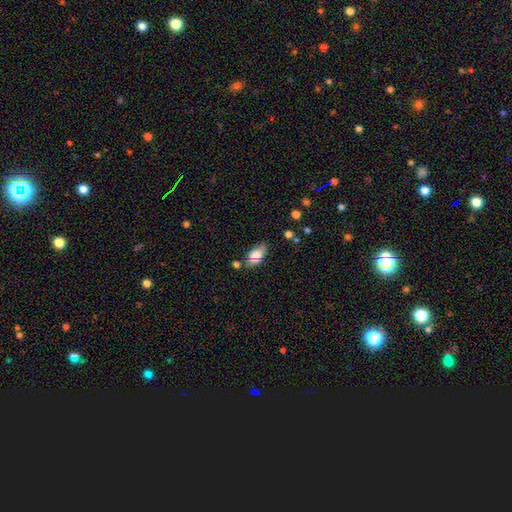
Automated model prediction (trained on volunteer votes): Overall: smooth (76%). How rounded: in between (90%). Merging: none (73%).